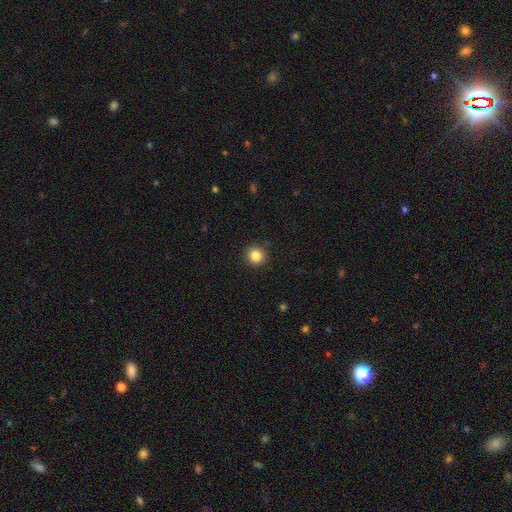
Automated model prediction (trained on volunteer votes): Morphology: type=smooth (85%); roundness=round (93%); merging=none (91%).